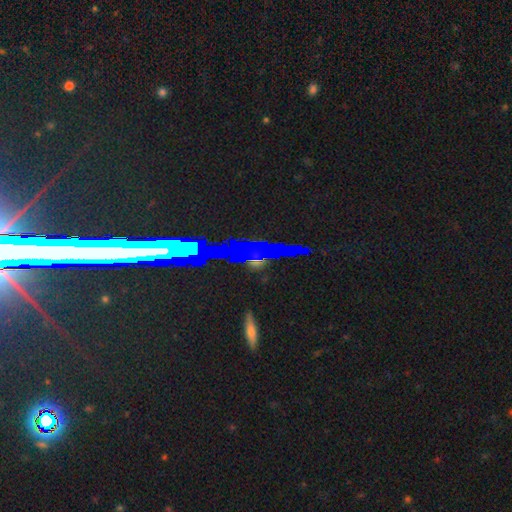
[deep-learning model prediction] Morphology: type=star or artifact (43%).